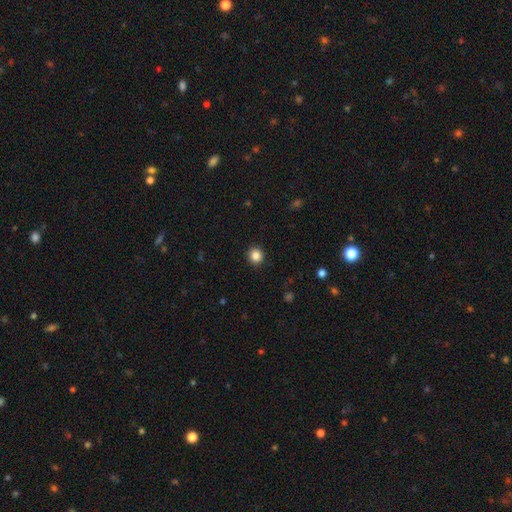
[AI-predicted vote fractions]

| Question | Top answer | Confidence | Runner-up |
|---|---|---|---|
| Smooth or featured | smooth | 85% | star or artifact (11%) |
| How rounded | round | 92% | in between (7%) |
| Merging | none | 92% | minor disturbance (5%) |